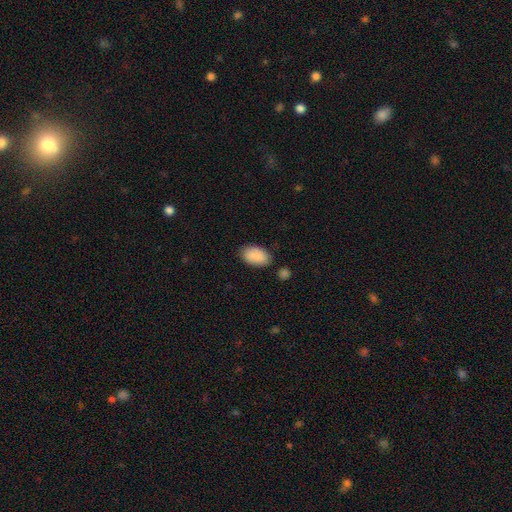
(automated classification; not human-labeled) Smooth or featured?
  - smooth: 90% *
  - star or artifact: 6%
  - featured or disk: 4%
How rounded?
  - in between: 94% *
  - round: 4%
  - cigar-shaped: 1%
Merging?
  - none: 80% *
  - minor disturbance: 13%
  - merger: 4%
  - major disturbance: 3%